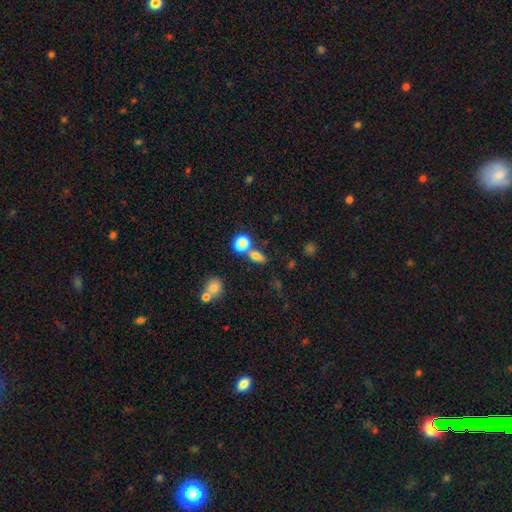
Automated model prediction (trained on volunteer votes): A smooth galaxy with no disk features (74%) that is in between round and cigar-shaped (64%). Merging: none (58%).